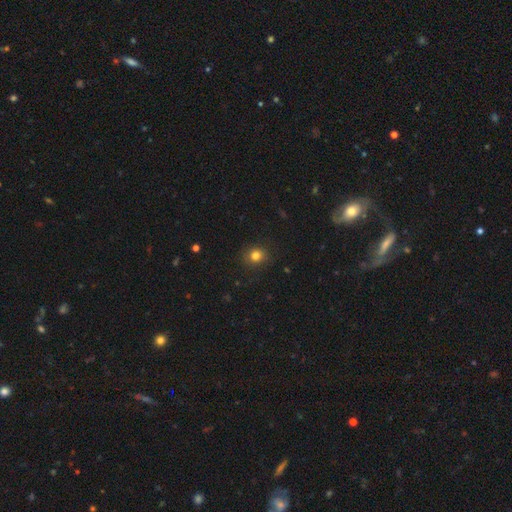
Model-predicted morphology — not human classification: Smooth or featured?
  - smooth: 80% *
  - star or artifact: 14%
  - featured or disk: 6%
How rounded?
  - round: 85% *
  - in between: 14%
  - cigar-shaped: 1%
Merging?
  - none: 88% *
  - minor disturbance: 8%
  - major disturbance: 3%
  - merger: 1%